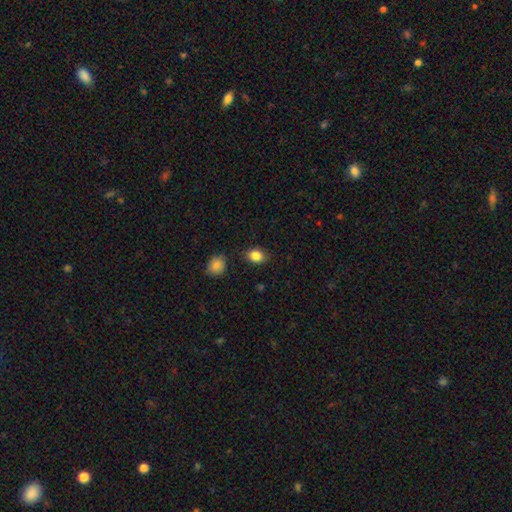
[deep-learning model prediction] smooth-or-featured: smooth: 85% | star or artifact: 9% | featured or disk: 5%
  how-rounded: in between: 64% | round: 35% | cigar-shaped: 1%
  merging: none: 82% | minor disturbance: 12% | major disturbance: 3% | merger: 3%